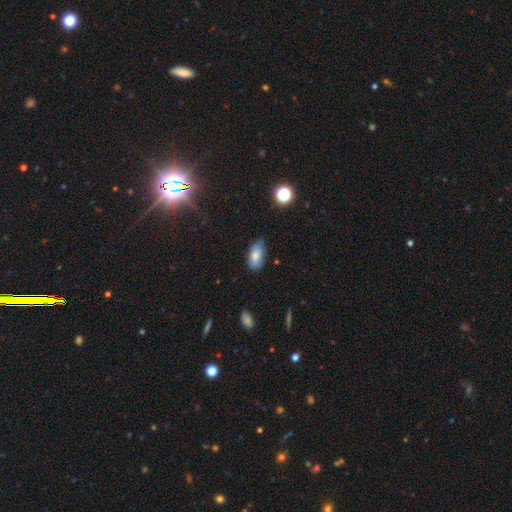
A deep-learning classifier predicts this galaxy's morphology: This appears to be a smooth galaxy with no disk features (78%) that is in between round and cigar-shaped (91%). Merging: none (66%).